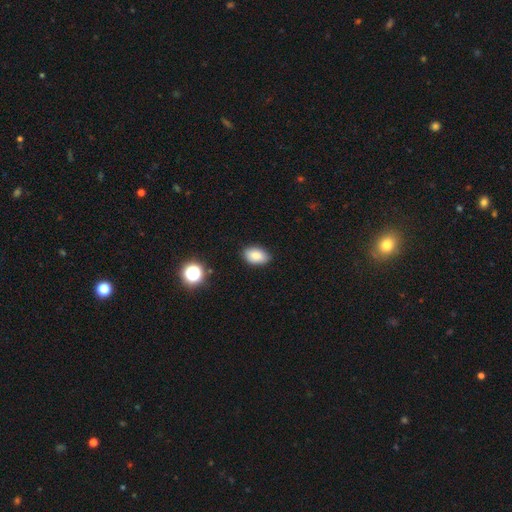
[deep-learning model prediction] Smooth or featured?
  - smooth: 84% *
  - star or artifact: 10%
  - featured or disk: 7%
How rounded?
  - in between: 89% *
  - round: 10%
  - cigar-shaped: 1%
Merging?
  - none: 86% *
  - minor disturbance: 11%
  - major disturbance: 2%
  - merger: 1%